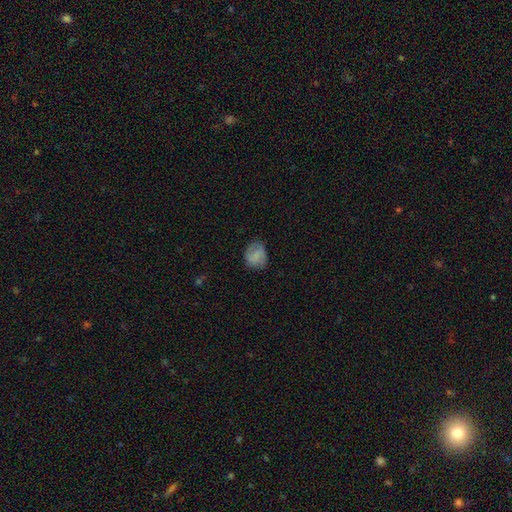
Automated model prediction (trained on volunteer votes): A smooth galaxy with no disk features (68%) that is round (59%). Merging: none (69%).